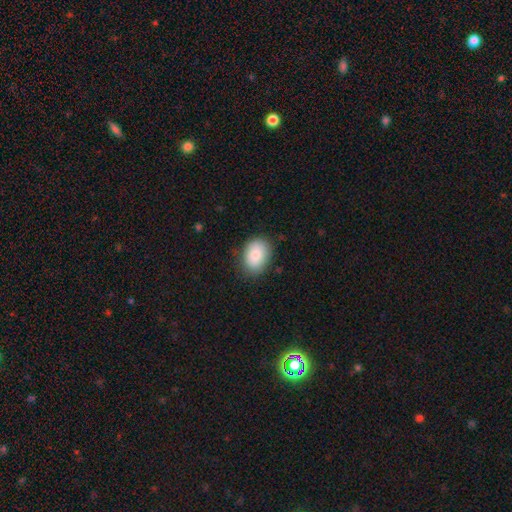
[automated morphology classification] Smooth or featured: smooth — 86% (featured or disk — 7%)
How rounded: in between — 74% (round — 25%)
Merging: none — 81% (minor disturbance — 15%)